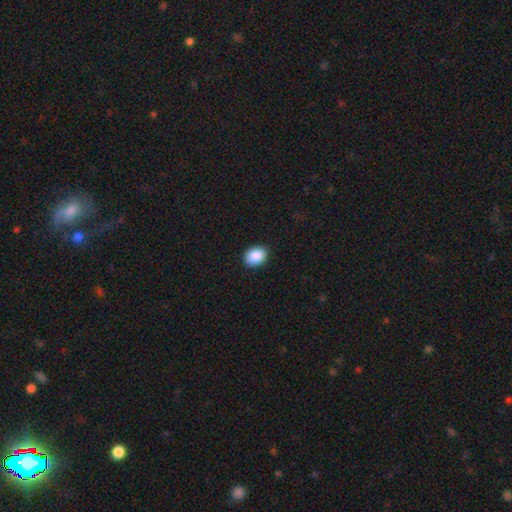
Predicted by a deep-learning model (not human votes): Smooth or featured? smooth (90%)
How rounded? in between (68%)
Merging? none (88%)